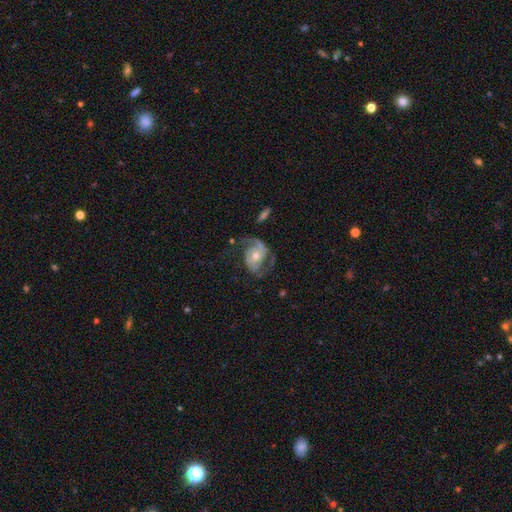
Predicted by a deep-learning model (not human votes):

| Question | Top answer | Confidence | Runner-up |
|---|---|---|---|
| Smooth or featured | featured or disk | 86% | smooth (9%) |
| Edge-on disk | no | 97% | yes (3%) |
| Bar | no | 58% | weak (30%) |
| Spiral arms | yes | 94% | no (6%) |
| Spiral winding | medium | 49% | loose (28%) |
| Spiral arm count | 2 | 80% | 1 (9%) |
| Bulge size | moderate | 60% | small (34%) |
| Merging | none | 58% | major disturbance (21%) |